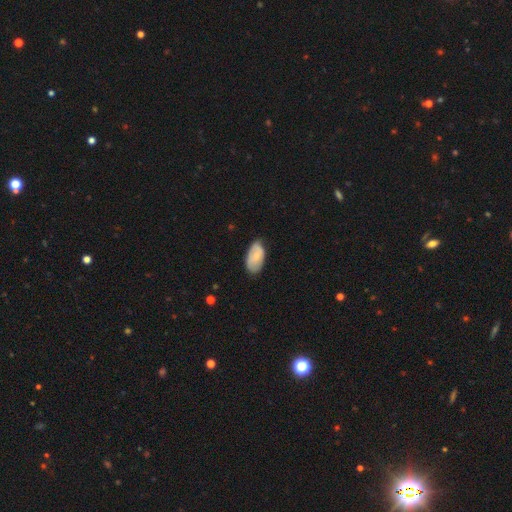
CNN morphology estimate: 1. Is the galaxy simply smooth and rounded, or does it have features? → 65% smooth, 29% featured or disk, 6% star or artifact.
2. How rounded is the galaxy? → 95% in between, 3% round, 2% cigar-shaped.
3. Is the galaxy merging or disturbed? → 73% none, 22% minor disturbance, 4% major disturbance, 1% merger.